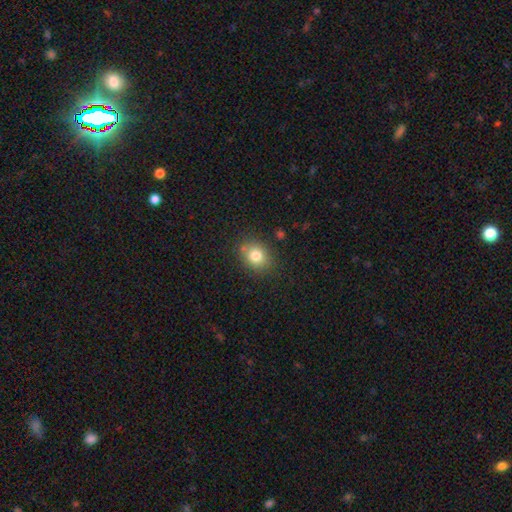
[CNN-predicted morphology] smooth-or-featured: smooth: 79% | star or artifact: 11% | featured or disk: 9%
  how-rounded: round: 61% | in between: 38% | cigar-shaped: 1%
  merging: none: 79% | minor disturbance: 13% | merger: 4% | major disturbance: 4%